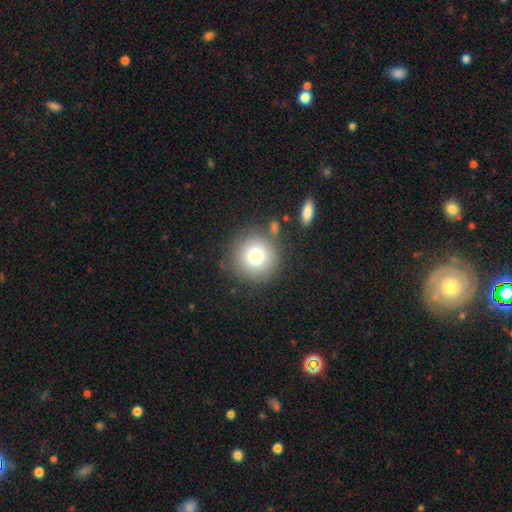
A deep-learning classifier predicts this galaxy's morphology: smooth-or-featured: smooth: 77% | star or artifact: 12% | featured or disk: 11%
  how-rounded: round: 94% | in between: 5% | cigar-shaped: 1%
  merging: none: 81% | minor disturbance: 9% | merger: 6% | major disturbance: 4%